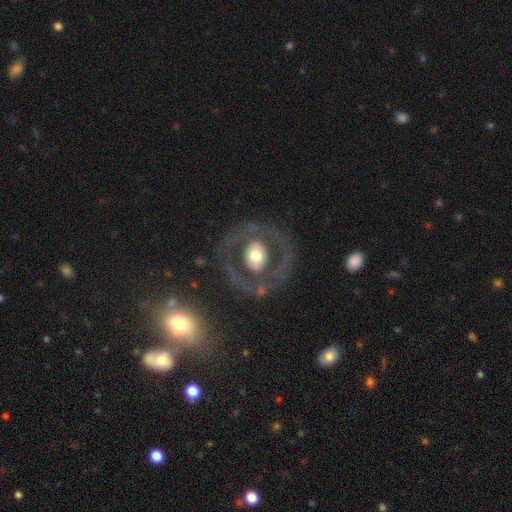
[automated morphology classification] smooth_or_featured: featured or disk (p=0.59) [alt: smooth p=0.34]
disk_edge_on: no (p=0.94) [alt: yes p=0.06]
bar: no (p=0.69) [alt: weak p=0.18]
has_spiral_arms: no (p=0.75) [alt: yes p=0.25]
bulge_size: moderate (p=0.53) [alt: large p=0.34]
merging: none (p=0.75) [alt: major disturbance p=0.12]